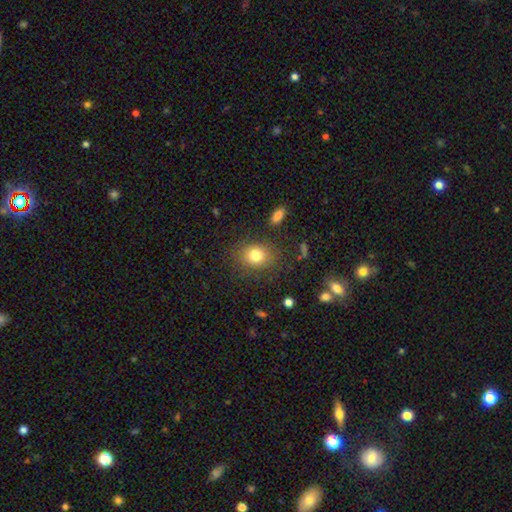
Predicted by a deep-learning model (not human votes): Q: Smooth or featured?
A: smooth (79%); runner-up: star or artifact (11%)
Q: How rounded?
A: round (50%); runner-up: in between (49%)
Q: Merging?
A: none (81%); runner-up: minor disturbance (12%)